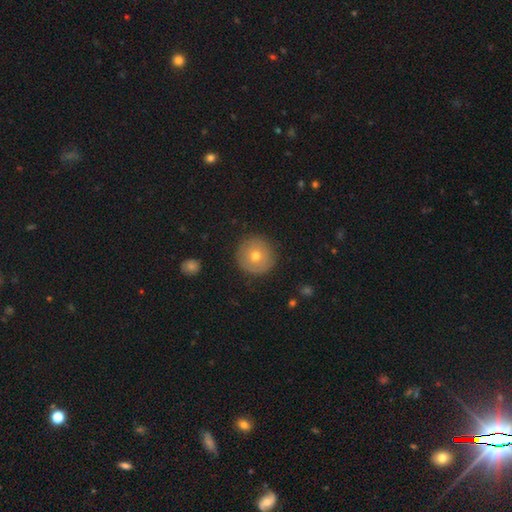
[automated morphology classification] Smooth or featured? smooth (65%)
How rounded? round (96%)
Merging? none (88%)